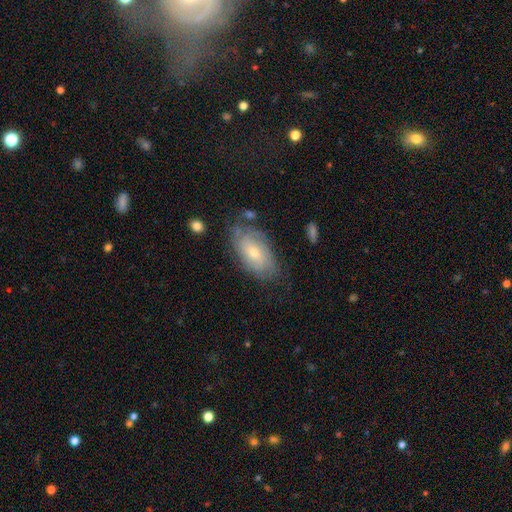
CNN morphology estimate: Smooth or featured? featured or disk (52%)
Edge-on disk? no (90%)
Merging? none (69%)